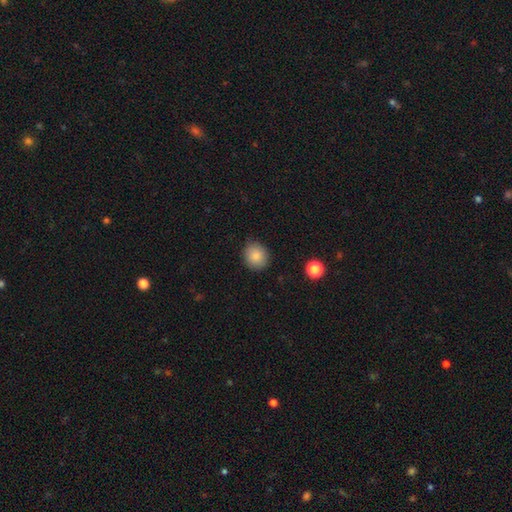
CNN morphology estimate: This appears to be a smooth galaxy with no disk features (86%) that is round (75%). Merging: none (84%).